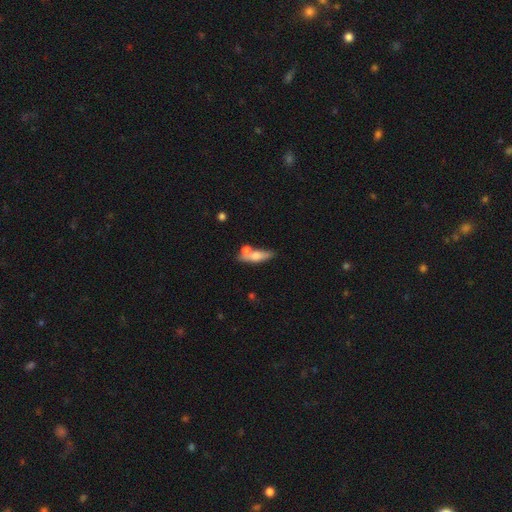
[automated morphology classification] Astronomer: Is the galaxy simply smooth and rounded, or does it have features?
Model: smooth — 63%.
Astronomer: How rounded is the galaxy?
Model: in between — 50% (runner-up: cigar-shaped, 44%).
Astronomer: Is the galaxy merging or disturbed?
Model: none — 45% (runner-up: merger, 33%).